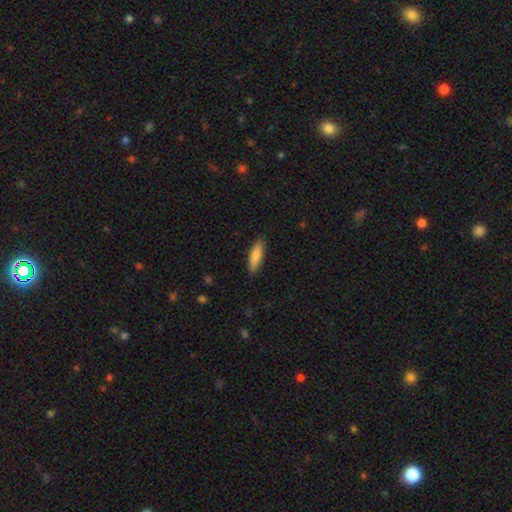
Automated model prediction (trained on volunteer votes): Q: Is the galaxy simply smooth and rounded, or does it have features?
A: smooth — 82%.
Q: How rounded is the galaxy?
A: cigar-shaped — 60%.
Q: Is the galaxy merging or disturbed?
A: none — 88%.